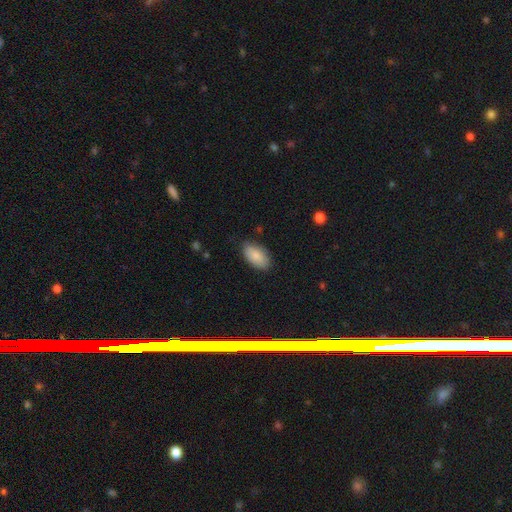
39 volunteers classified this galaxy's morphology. This is clearly a smooth galaxy (95%). How rounded: clearly in between (97%). Merging: clearly none (82%).